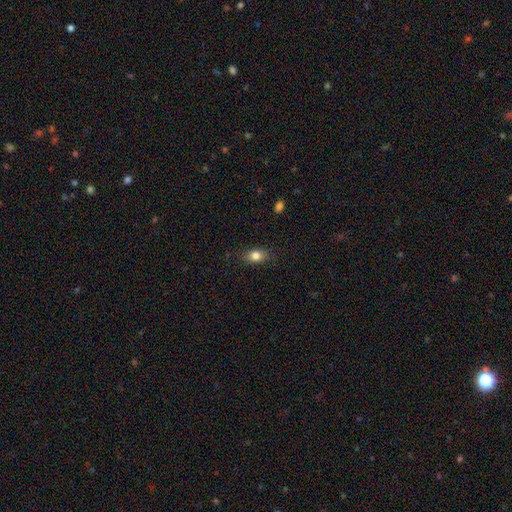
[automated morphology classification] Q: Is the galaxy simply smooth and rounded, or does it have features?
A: smooth — 81%.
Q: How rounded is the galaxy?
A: in between — 80%.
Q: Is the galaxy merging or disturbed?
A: none — 82%.